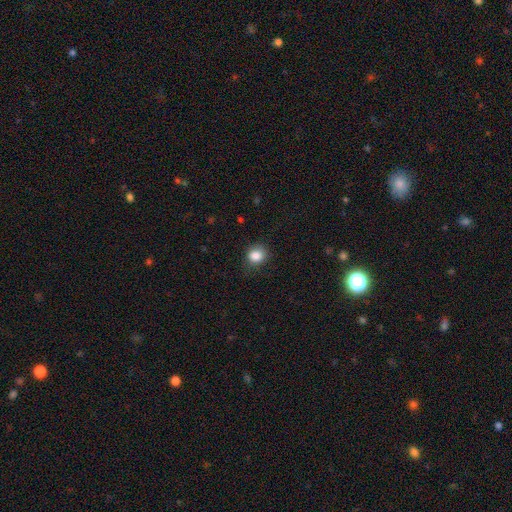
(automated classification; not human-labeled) Q: Smooth or featured?
A: smooth (86%); runner-up: star or artifact (10%)
Q: How rounded?
A: round (76%); runner-up: in between (23%)
Q: Merging?
A: none (78%); runner-up: minor disturbance (17%)